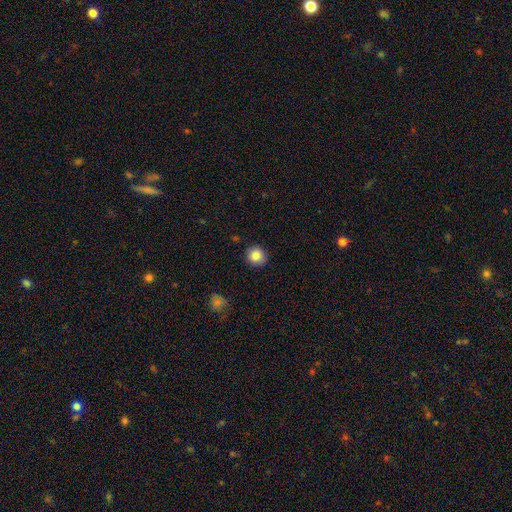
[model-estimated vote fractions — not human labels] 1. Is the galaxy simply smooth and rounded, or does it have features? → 85% smooth, 9% star or artifact, 6% featured or disk.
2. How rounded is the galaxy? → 89% round, 10% in between, 1% cigar-shaped.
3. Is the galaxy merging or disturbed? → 91% none, 6% minor disturbance, 2% major disturbance, 1% merger.